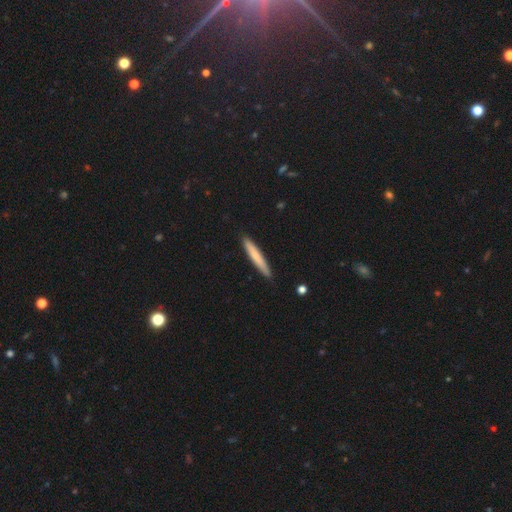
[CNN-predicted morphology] This appears to be a smooth galaxy with no disk features (67%) that is cigar-shaped (95%). Merging: none (90%).